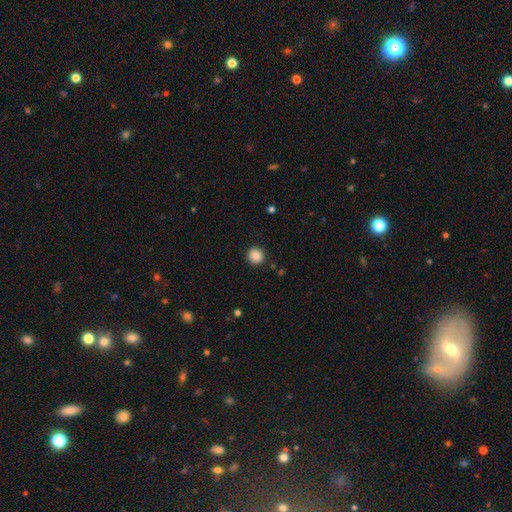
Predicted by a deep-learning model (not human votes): Q: Smooth or featured?
A: smooth (88%); runner-up: star or artifact (9%)
Q: How rounded?
A: round (94%); runner-up: in between (5%)
Q: Merging?
A: none (92%); runner-up: minor disturbance (5%)